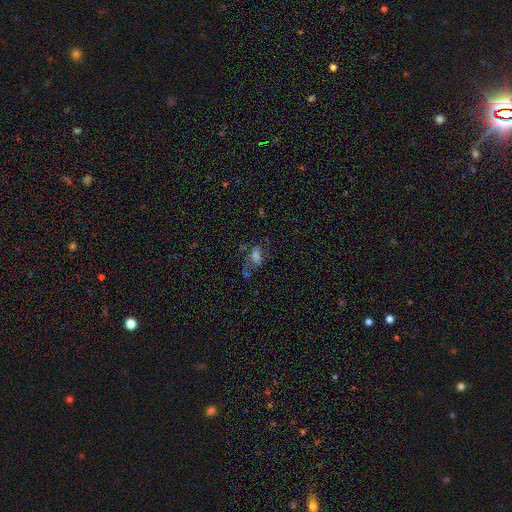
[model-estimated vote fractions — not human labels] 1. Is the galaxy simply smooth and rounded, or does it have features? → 44% smooth, 32% featured or disk, 24% star or artifact.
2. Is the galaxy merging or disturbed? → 47% none, 22% major disturbance, 21% minor disturbance, 11% merger.